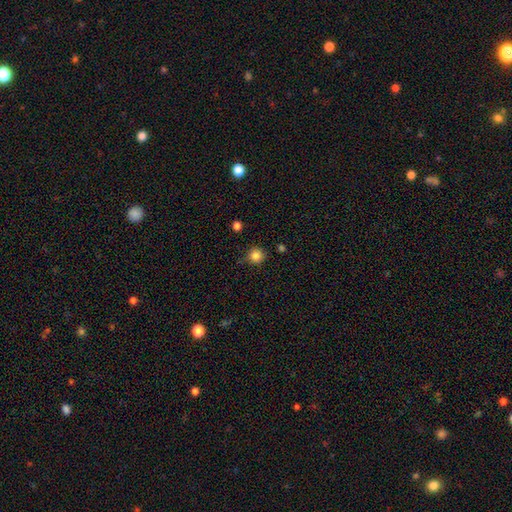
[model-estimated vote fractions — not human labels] The model was most divided on "smooth or featured": smooth: 83%, star or artifact: 12%, featured or disk: 5%. More confident: how rounded — round (94%); merging — none (84%).